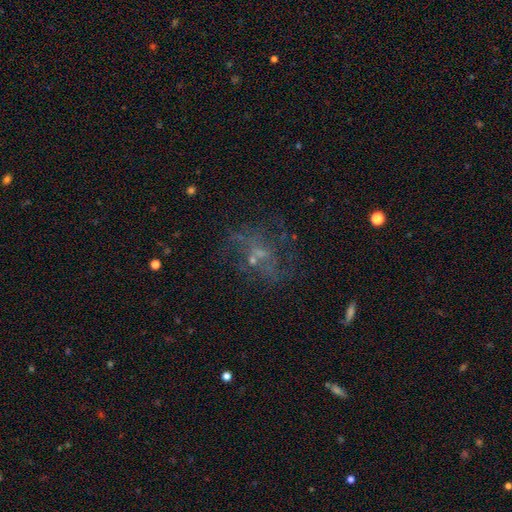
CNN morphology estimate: Smooth or featured? Predicted: featured or disk (p=0.51). Edge-on disk? Predicted: no (p=0.97). Merging? Predicted: none (p=0.52).